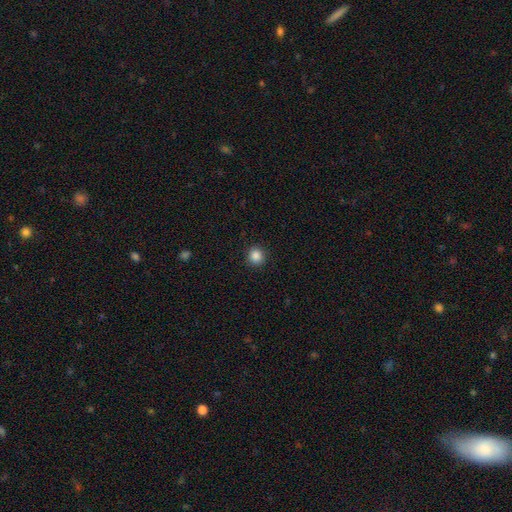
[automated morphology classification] Smooth or featured?
  - smooth: 86% *
  - star or artifact: 10%
  - featured or disk: 3%
How rounded?
  - round: 91% *
  - in between: 8%
  - cigar-shaped: 1%
Merging?
  - none: 91% *
  - minor disturbance: 6%
  - major disturbance: 2%
  - merger: 1%